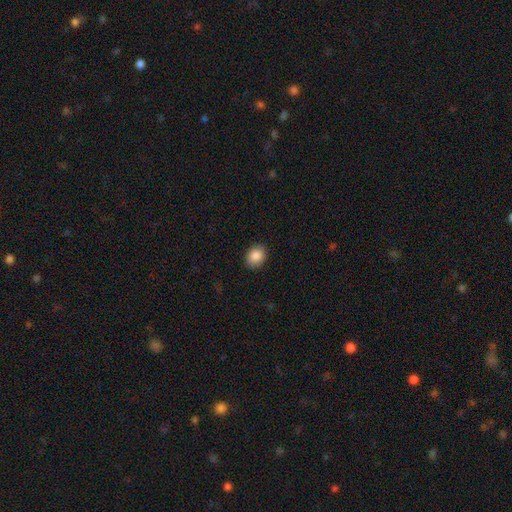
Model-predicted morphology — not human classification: Smooth or featured? smooth (88%)
How rounded? in between (53%)
Merging? none (88%)